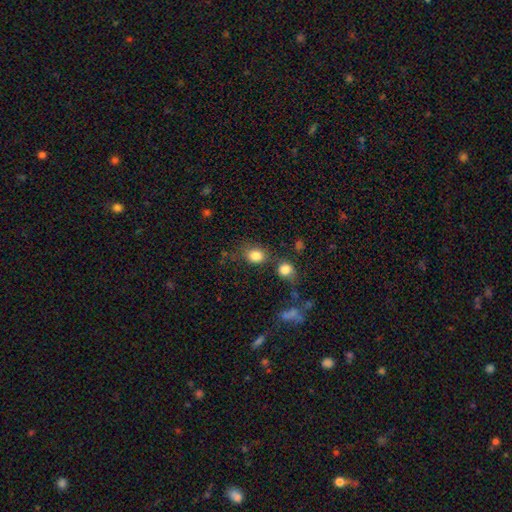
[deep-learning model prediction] This appears to be a smooth galaxy with no disk features (83%) that is round (54%). Merging: none (63%).